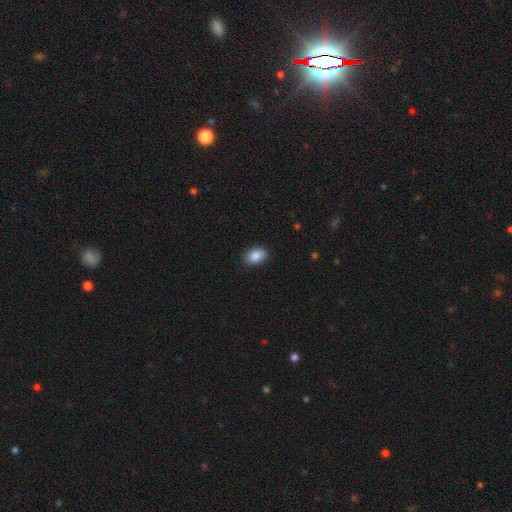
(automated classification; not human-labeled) smooth-or-featured: smooth: 87% | star or artifact: 8% | featured or disk: 5%
  how-rounded: in between: 81% | round: 18% | cigar-shaped: 1%
  merging: none: 87% | minor disturbance: 10% | major disturbance: 2% | merger: 1%